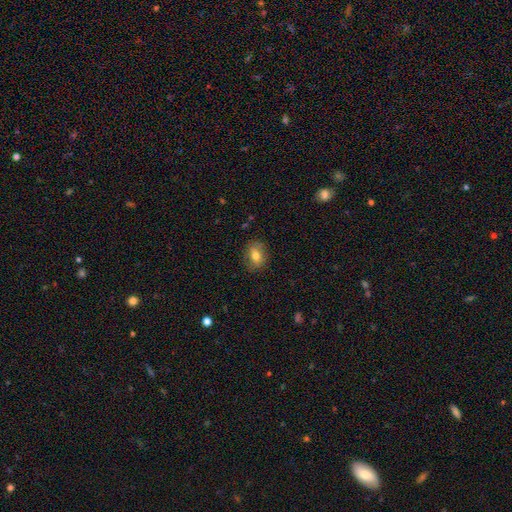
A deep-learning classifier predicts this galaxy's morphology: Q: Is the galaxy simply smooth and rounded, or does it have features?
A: smooth — 72%.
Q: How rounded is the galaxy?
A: in between — 63%.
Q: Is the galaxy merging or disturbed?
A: none — 83%.